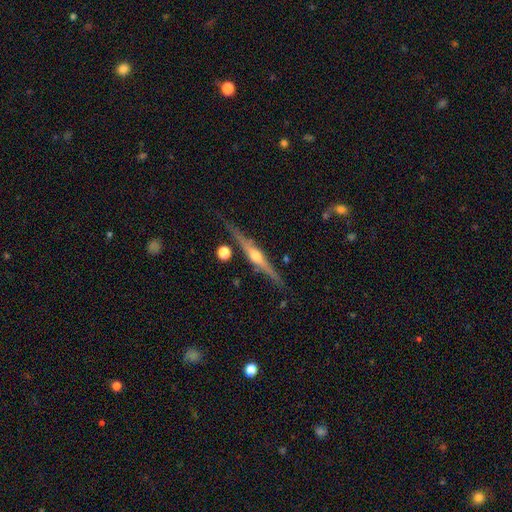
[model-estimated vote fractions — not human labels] Morphology: type=featured or disk (81%); edge-on=yes (98%); edge-on bulge=rounded (92%); merging=none (81%).